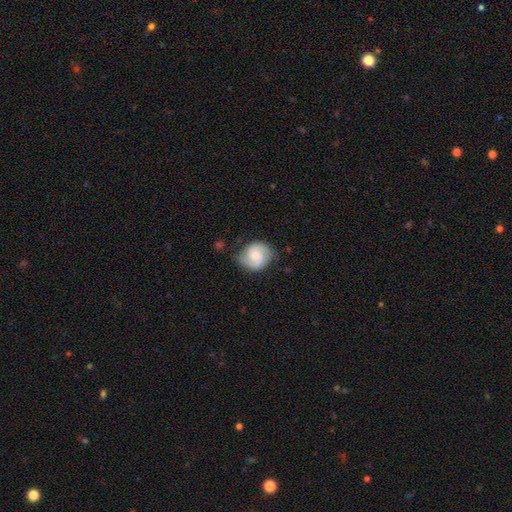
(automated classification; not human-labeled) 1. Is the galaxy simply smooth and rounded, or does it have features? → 72% featured or disk, 22% smooth, 6% star or artifact.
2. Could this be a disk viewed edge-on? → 98% no, 2% yes.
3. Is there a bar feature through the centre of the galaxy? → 51% no, 42% weak, 7% strong.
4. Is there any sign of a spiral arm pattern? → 96% yes, 4% no.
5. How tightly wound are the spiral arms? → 48% medium, 38% tight, 14% loose.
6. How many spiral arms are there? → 89% 2, 5% can't tell, 2% 1, 2% 3, 1% 4, 1% more than 4.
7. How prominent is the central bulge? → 45% moderate, 38% small, 9% none, 6% large, 1% dominant.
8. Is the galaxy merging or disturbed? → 74% none, 19% minor disturbance, 5% major disturbance, 2% merger.